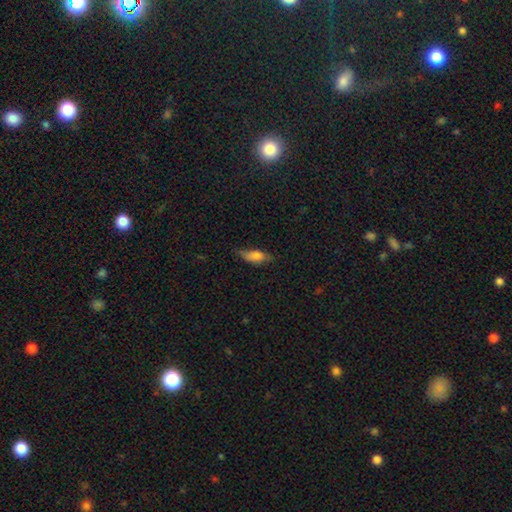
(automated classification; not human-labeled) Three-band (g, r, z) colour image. It shows a smooth galaxy with no disk features (75%) that is in between round and cigar-shaped (68%). Merging: none (66%).